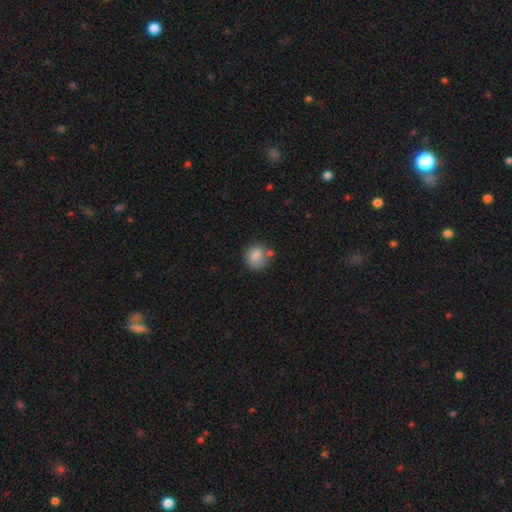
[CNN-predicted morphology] Smooth or featured?
  - smooth: 84% *
  - star or artifact: 9%
  - featured or disk: 8%
How rounded?
  - round: 78% *
  - in between: 21%
  - cigar-shaped: 1%
Merging?
  - none: 57% *
  - minor disturbance: 19%
  - merger: 18%
  - major disturbance: 7%